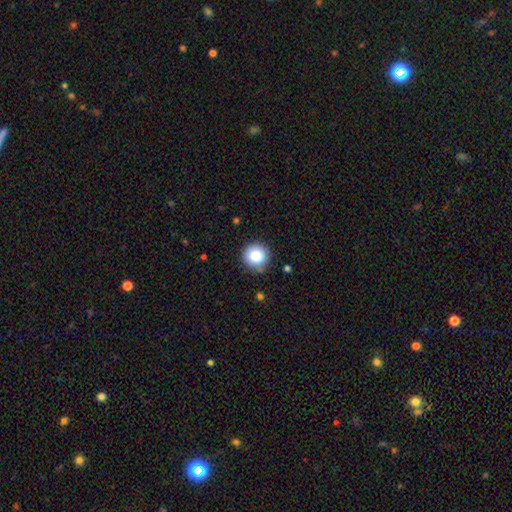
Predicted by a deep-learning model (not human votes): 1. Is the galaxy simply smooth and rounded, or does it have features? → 84% smooth, 10% star or artifact, 6% featured or disk.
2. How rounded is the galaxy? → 95% round, 5% in between, 1% cigar-shaped.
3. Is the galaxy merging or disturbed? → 87% none, 9% minor disturbance, 2% major disturbance, 1% merger.